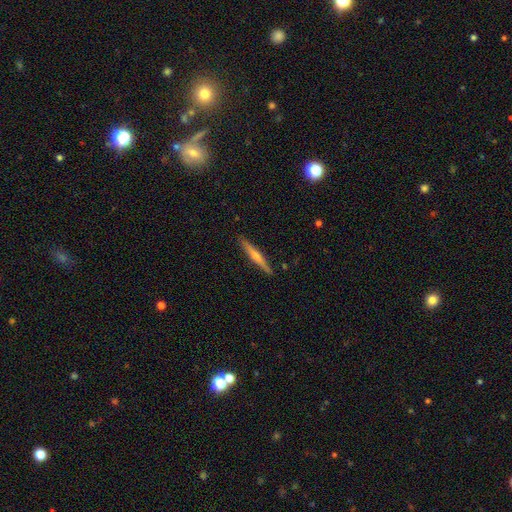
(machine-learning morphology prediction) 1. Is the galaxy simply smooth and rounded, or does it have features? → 60% featured or disk, 34% smooth, 6% star or artifact.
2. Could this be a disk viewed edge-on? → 97% yes, 3% no.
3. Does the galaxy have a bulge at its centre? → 74% rounded, 20% none, 6% boxy.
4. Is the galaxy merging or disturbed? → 90% none, 7% minor disturbance, 1% major disturbance, 1% merger.